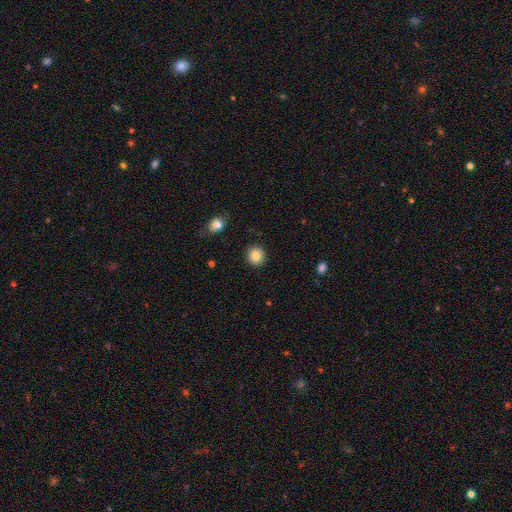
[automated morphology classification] Smooth or featured?
  - smooth: 85% *
  - star or artifact: 9%
  - featured or disk: 5%
How rounded?
  - round: 90% *
  - in between: 9%
  - cigar-shaped: 1%
Merging?
  - none: 91% *
  - minor disturbance: 6%
  - major disturbance: 2%
  - merger: 1%